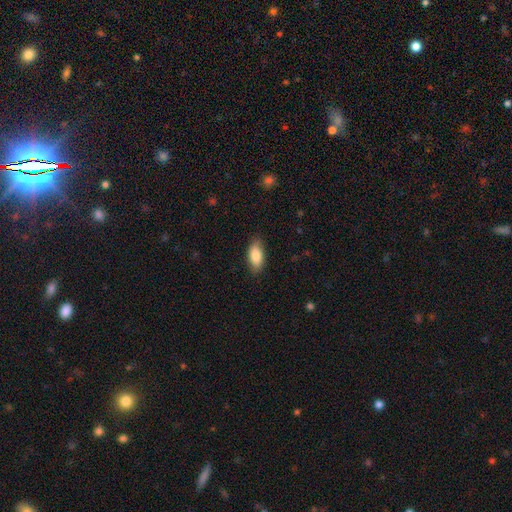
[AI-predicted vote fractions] Smooth or featured?
  - smooth: 84% *
  - featured or disk: 10%
  - star or artifact: 6%
How rounded?
  - in between: 86% *
  - cigar-shaped: 11%
  - round: 3%
Merging?
  - none: 84% *
  - minor disturbance: 13%
  - major disturbance: 2%
  - merger: 1%